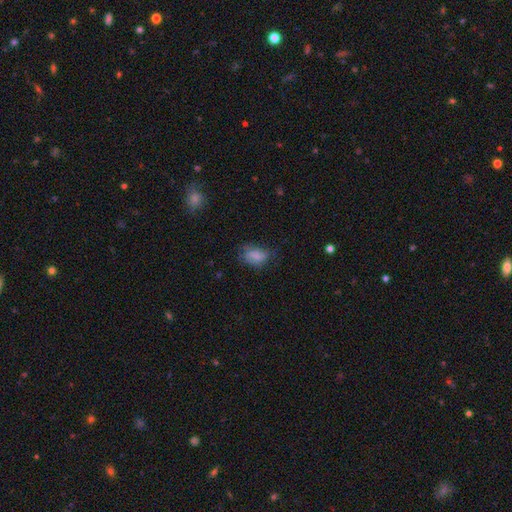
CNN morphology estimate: Overall: smooth (72%). How rounded: in between (83%). Merging: none (52%; minor disturbance 30%).